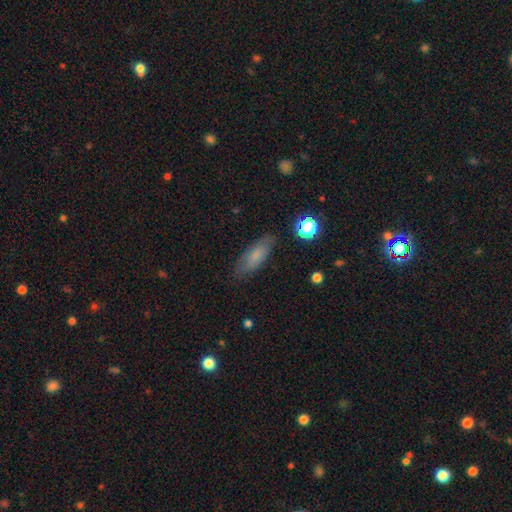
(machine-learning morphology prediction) Q: Smooth or featured?
A: smooth (73%); runner-up: featured or disk (19%)
Q: How rounded?
A: in between (62%); runner-up: cigar-shaped (35%)
Q: Merging?
A: none (80%); runner-up: minor disturbance (14%)